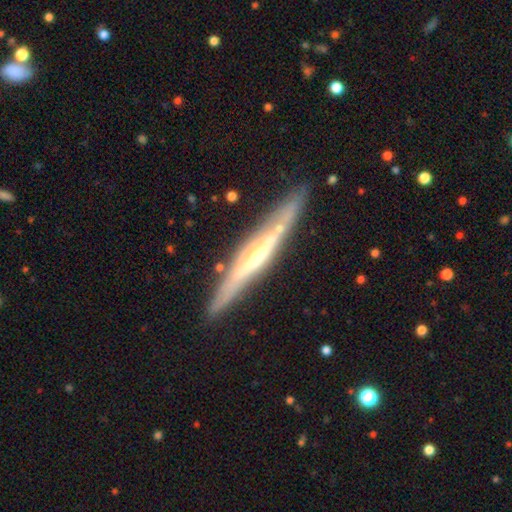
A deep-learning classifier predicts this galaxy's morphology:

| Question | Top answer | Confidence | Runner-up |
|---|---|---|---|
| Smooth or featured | featured or disk | 75% | smooth (19%) |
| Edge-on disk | yes | 93% | no (7%) |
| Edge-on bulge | rounded | 50% | none (37%) |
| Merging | none | 85% | minor disturbance (11%) |